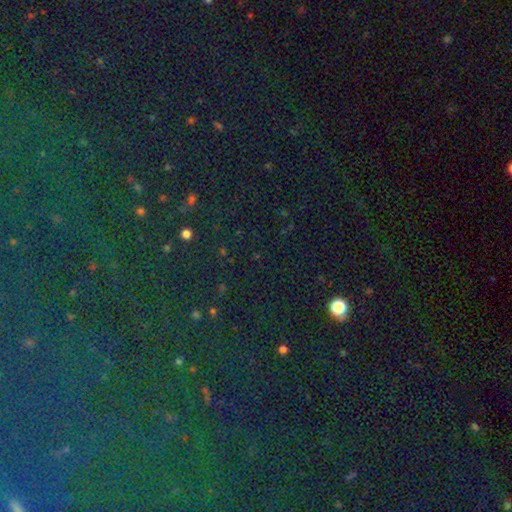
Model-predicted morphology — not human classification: Smooth or featured?
  - star or artifact: 81% *
  - smooth: 12%
  - featured or disk: 7%